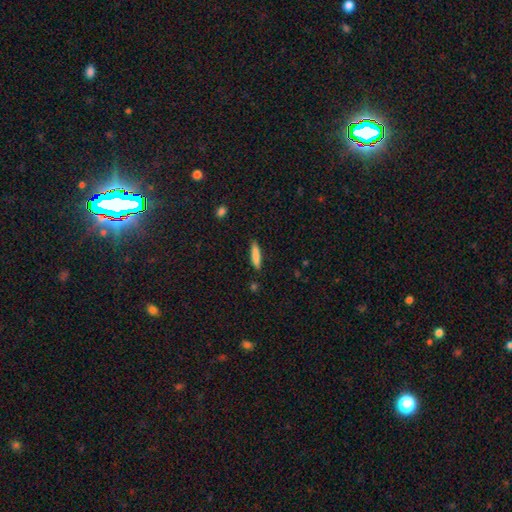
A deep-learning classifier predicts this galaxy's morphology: This is clearly a smooth galaxy (84%). How rounded: clearly cigar-shaped (85%). Merging: clearly none (87%).